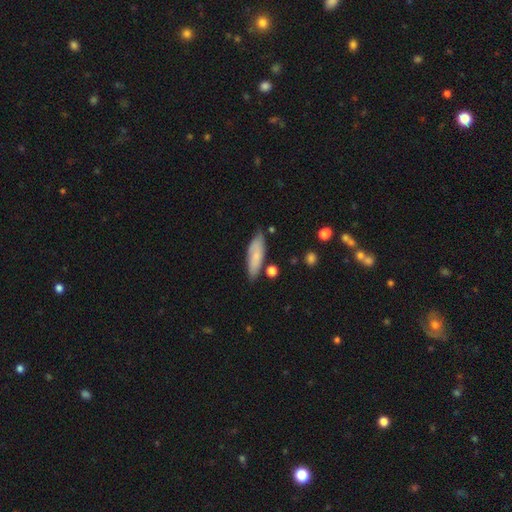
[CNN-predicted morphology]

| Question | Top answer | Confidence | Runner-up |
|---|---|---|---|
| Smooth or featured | smooth | 70% | featured or disk (24%) |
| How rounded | in between | 50% | cigar-shaped (48%) |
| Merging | none | 74% | minor disturbance (18%) |